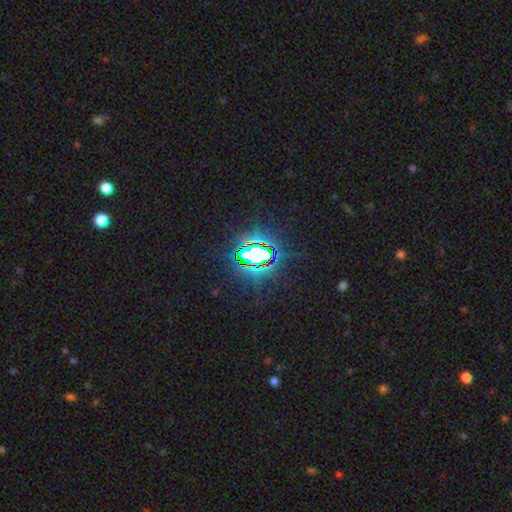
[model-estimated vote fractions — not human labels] Morphology: type=star or artifact (79%).